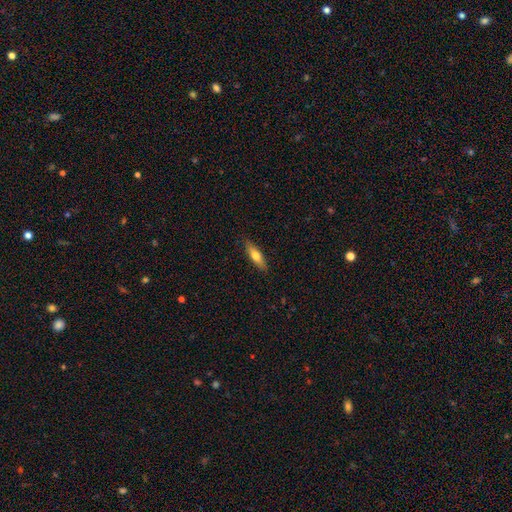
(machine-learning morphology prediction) Smooth or featured?
  - smooth: 59% *
  - featured or disk: 35%
  - star or artifact: 6%
How rounded?
  - cigar-shaped: 67% *
  - in between: 31%
  - round: 2%
Merging?
  - none: 89% *
  - minor disturbance: 8%
  - major disturbance: 2%
  - merger: 1%